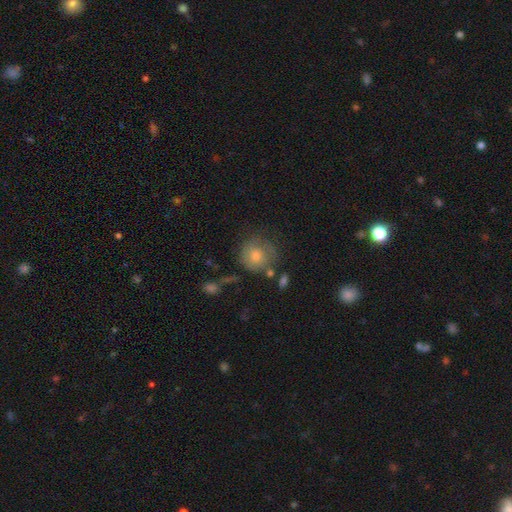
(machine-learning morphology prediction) Smooth or featured: smooth — 66% (featured or disk — 22%)
How rounded: round — 88% (in between — 11%)
Merging: none — 64% (minor disturbance — 21%)